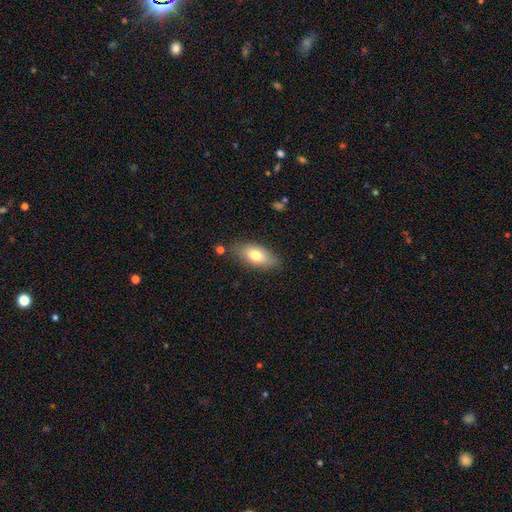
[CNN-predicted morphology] Overall: smooth (73%). How rounded: in between (87%). Merging: none (77%).